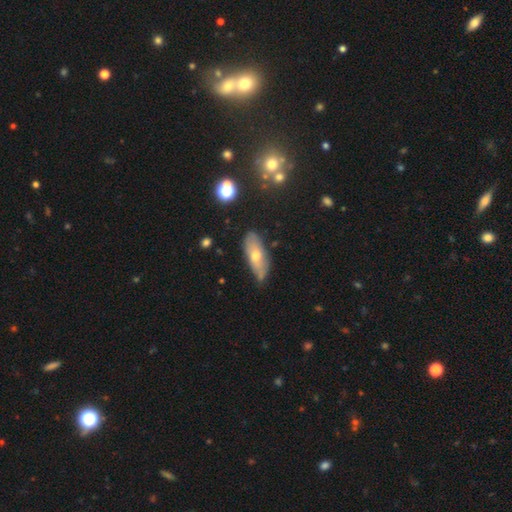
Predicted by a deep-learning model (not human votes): Smooth or featured? Predicted: smooth (p=0.55). How rounded? Predicted: in between (p=0.75). Merging? Predicted: none (p=0.67).